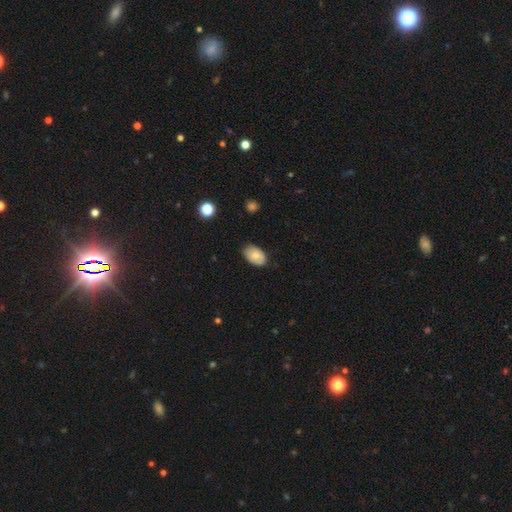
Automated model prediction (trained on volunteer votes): The model was most divided on "smooth or featured": smooth: 73%, featured or disk: 20%, star or artifact: 7%. More confident: how rounded — in between (89%); merging — none (77%).